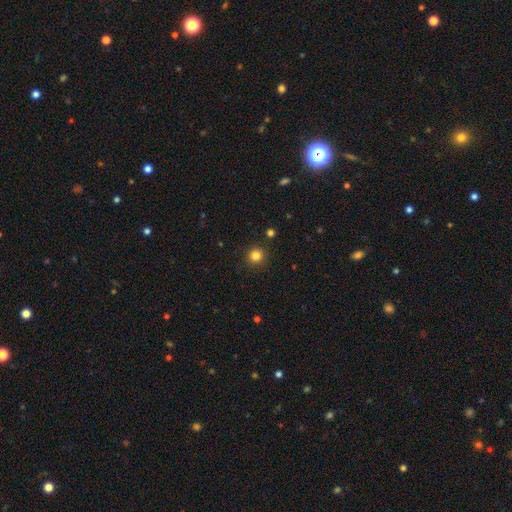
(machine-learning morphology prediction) Smooth or featured? Predicted: smooth (p=0.83). How rounded? Predicted: round (p=0.94). Merging? Predicted: none (p=0.91).